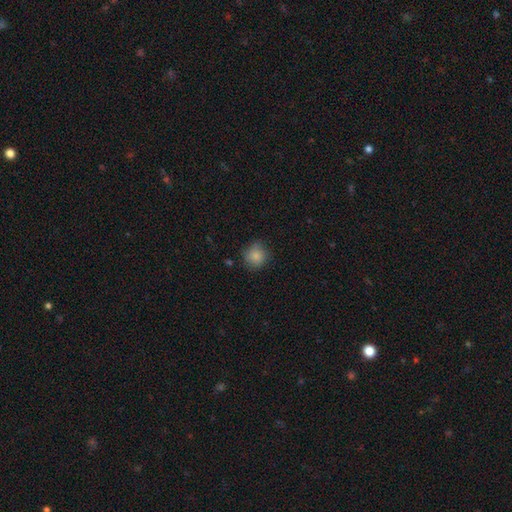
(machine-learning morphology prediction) type=smooth (84%); roundness=round (86%); merging=none (76%).